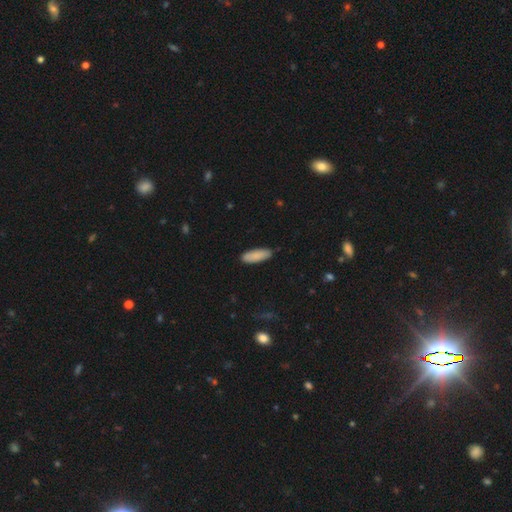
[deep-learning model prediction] Smooth or featured? Predicted: smooth (p=0.88). How rounded? Predicted: in between (p=0.60). Merging? Predicted: none (p=0.87).